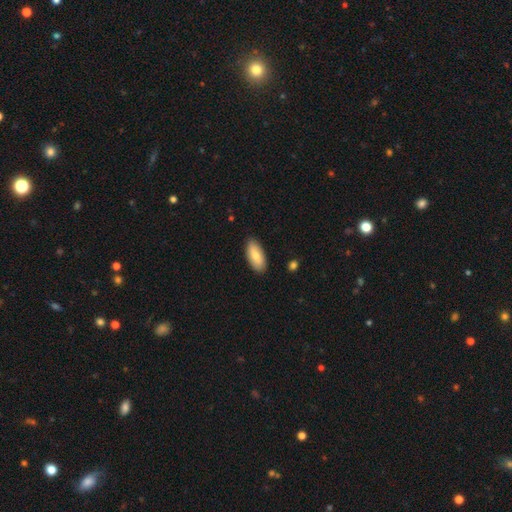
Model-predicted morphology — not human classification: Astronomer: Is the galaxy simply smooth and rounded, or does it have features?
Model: smooth — 79%.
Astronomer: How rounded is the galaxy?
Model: in between — 87%.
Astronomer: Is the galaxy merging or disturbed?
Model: none — 87%.